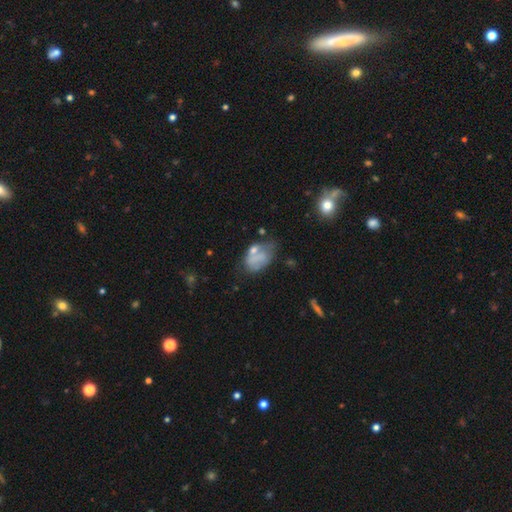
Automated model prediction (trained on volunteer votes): A smooth galaxy with no disk features (58%) that is in between round and cigar-shaped (88%). Merging: none (32%).